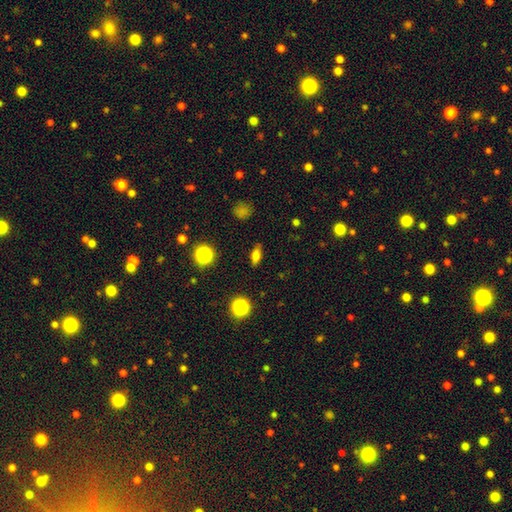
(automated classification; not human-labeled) Smooth or featured: smooth — 71% (featured or disk — 16%)
How rounded: in between — 71% (cigar-shaped — 17%)
Merging: none — 86% (minor disturbance — 9%)